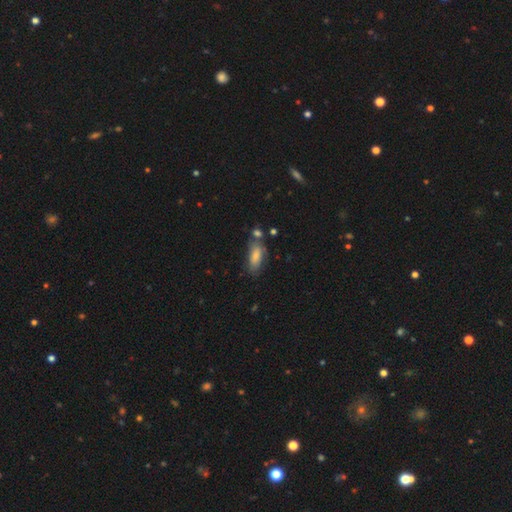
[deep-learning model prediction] Smooth or featured?
  - smooth: 78% *
  - featured or disk: 15%
  - star or artifact: 7%
How rounded?
  - in between: 79% *
  - cigar-shaped: 18%
  - round: 3%
Merging?
  - none: 56% *
  - minor disturbance: 21%
  - merger: 15%
  - major disturbance: 7%